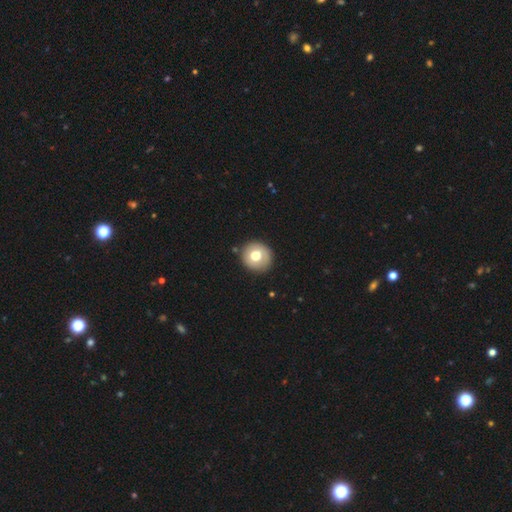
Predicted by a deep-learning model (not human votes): smooth_or_featured: smooth (p=0.70) [alt: featured or disk p=0.22]
how_rounded: round (p=0.92) [alt: in between p=0.07]
merging: none (p=0.88) [alt: minor disturbance p=0.08]